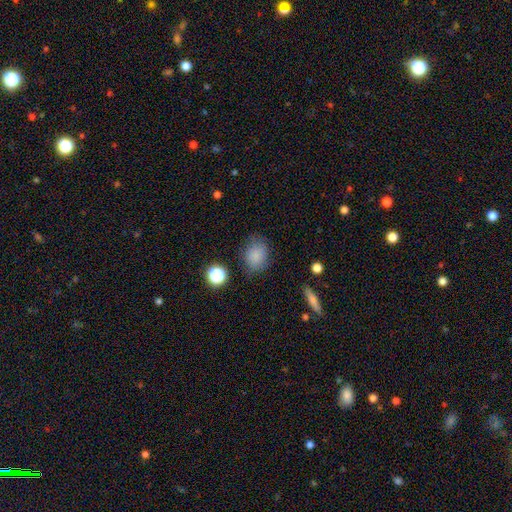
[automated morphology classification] Smooth or featured? Predicted: smooth (p=0.82). How rounded? Predicted: round (p=0.52). Merging? Predicted: none (p=0.73).